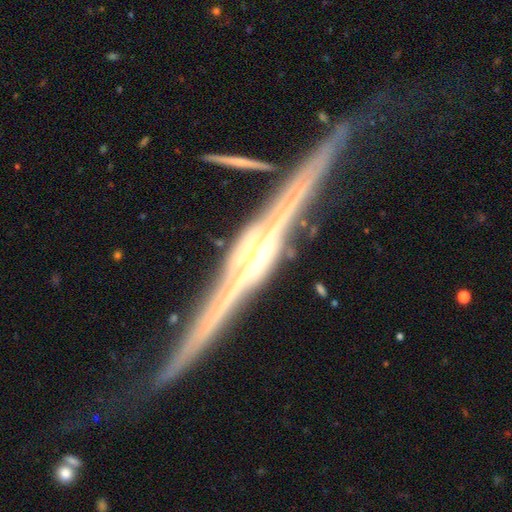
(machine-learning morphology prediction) This appears to be a featured or disk galaxy (91%) viewed edge-on (98%) with a rounded central bulge (66%). Merging: none (78%).